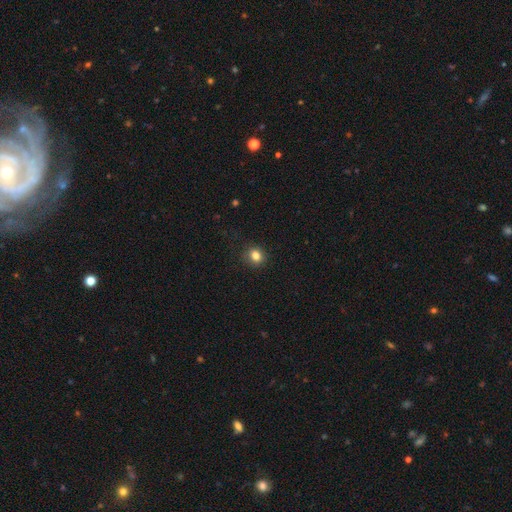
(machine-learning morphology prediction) Smooth or featured?
  - smooth: 83% *
  - star or artifact: 12%
  - featured or disk: 5%
How rounded?
  - round: 77% *
  - in between: 22%
  - cigar-shaped: 1%
Merging?
  - none: 88% *
  - minor disturbance: 8%
  - major disturbance: 2%
  - merger: 1%